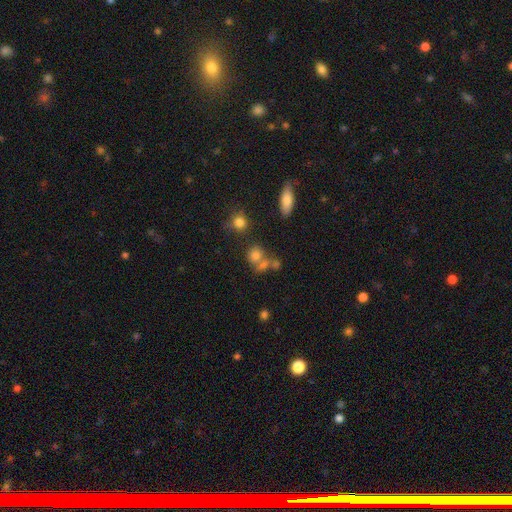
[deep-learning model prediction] This is likely a smooth galaxy (73%). How rounded: likely round (61%). Merging: marginally none (44%).